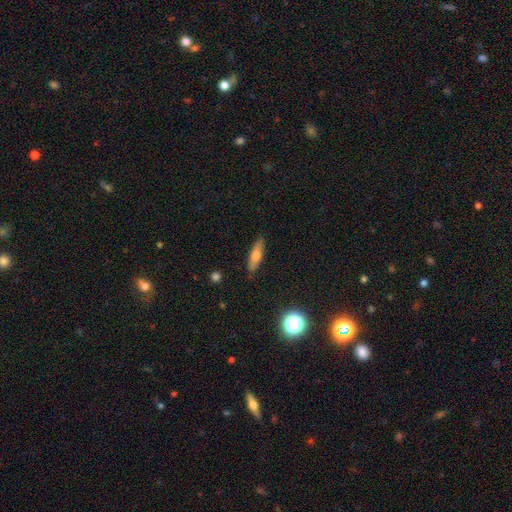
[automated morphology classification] Overall: smooth (64%; featured or disk 28%). How rounded: cigar-shaped (64%; in between 33%). Merging: none (85%).